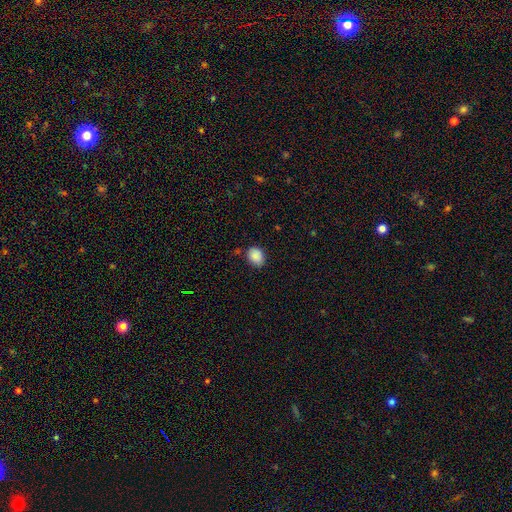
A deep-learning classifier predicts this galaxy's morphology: Smooth or featured: smooth — 88% (star or artifact — 8%)
How rounded: in between — 51% (round — 48%)
Merging: none — 77% (minor disturbance — 17%)